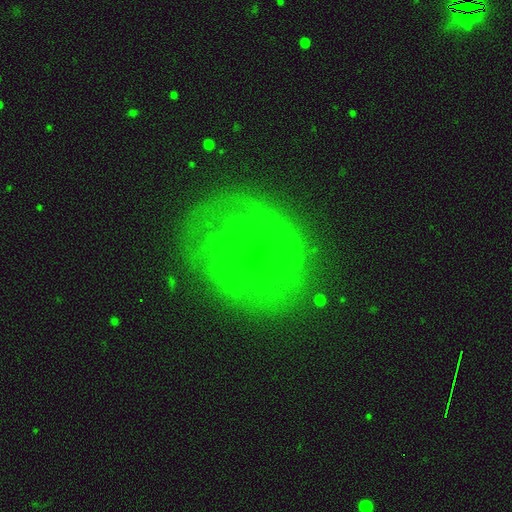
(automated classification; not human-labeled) Overall: featured or disk (64%). Edge-on disk: no (97%). Bar: weak (49%; no 40%). Spiral arms: yes (72%). Bulge size: small (63%). Merging: none (76%).